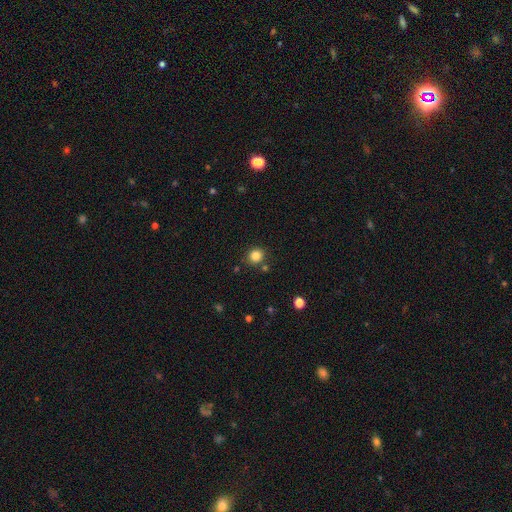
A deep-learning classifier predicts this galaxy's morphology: Smooth or featured? Predicted: smooth (p=0.84). How rounded? Predicted: round (p=0.86). Merging? Predicted: none (p=0.83).